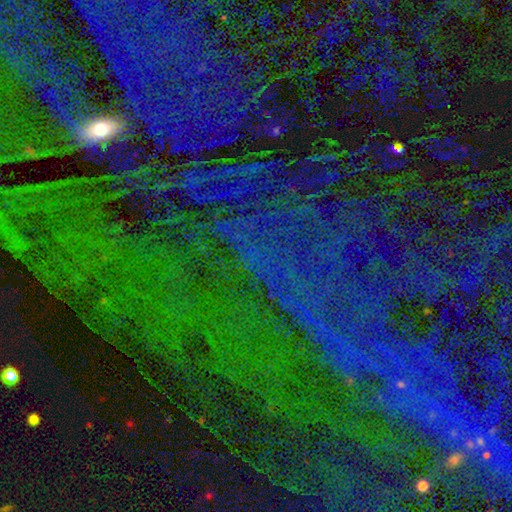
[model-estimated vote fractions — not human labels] Smooth or featured?
  - star or artifact: 80% *
  - featured or disk: 10%
  - smooth: 10%